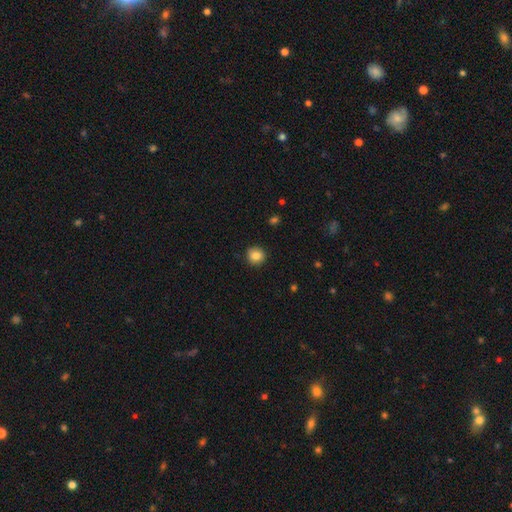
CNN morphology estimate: The model was most divided on "smooth or featured": smooth: 85%, star or artifact: 10%, featured or disk: 5%. More confident: how rounded — round (90%); merging — none (90%).